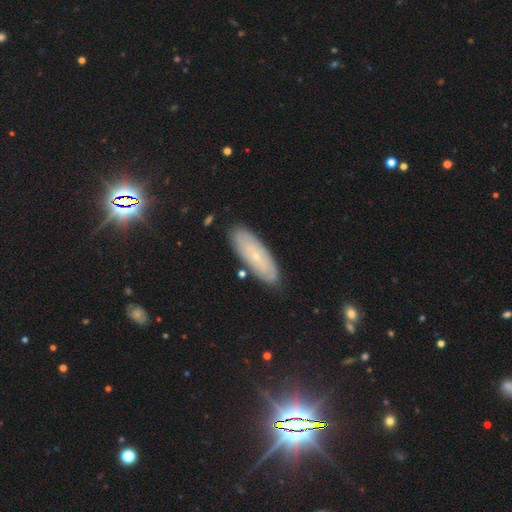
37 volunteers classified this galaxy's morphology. A featured or disk galaxy (49%) viewed edge-on (50%, tied with no) with a rounded central bulge (89%). Merging: none (71%).